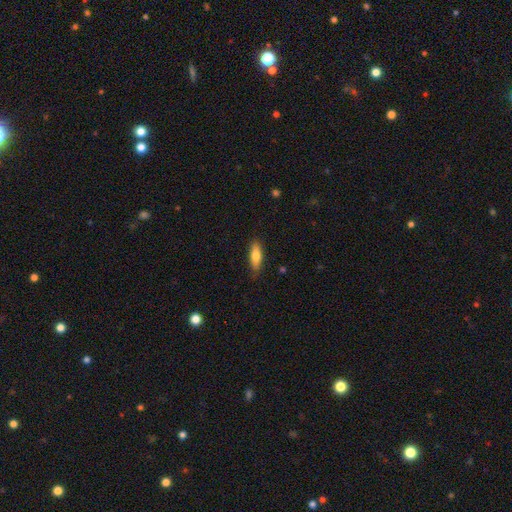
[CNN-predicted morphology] Smooth or featured?
  - smooth: 75% *
  - featured or disk: 19%
  - star or artifact: 6%
How rounded?
  - in between: 51% *
  - cigar-shaped: 47%
  - round: 2%
Merging?
  - none: 84% *
  - minor disturbance: 13%
  - major disturbance: 2%
  - merger: 1%